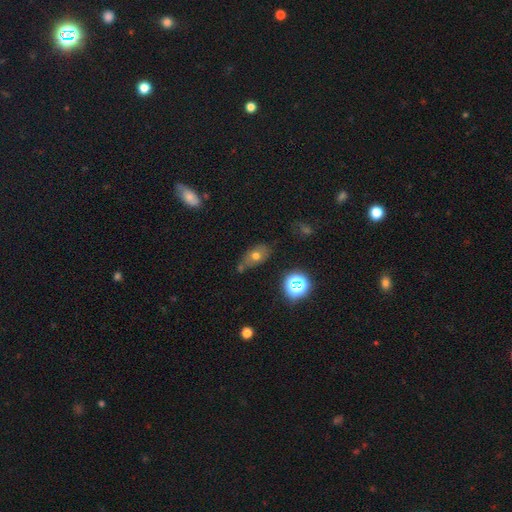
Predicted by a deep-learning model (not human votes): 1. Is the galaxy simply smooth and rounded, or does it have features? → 59% smooth, 22% featured or disk, 19% star or artifact.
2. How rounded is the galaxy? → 77% in between, 19% round, 3% cigar-shaped.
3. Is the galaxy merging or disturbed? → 55% none, 24% minor disturbance, 14% merger, 8% major disturbance.